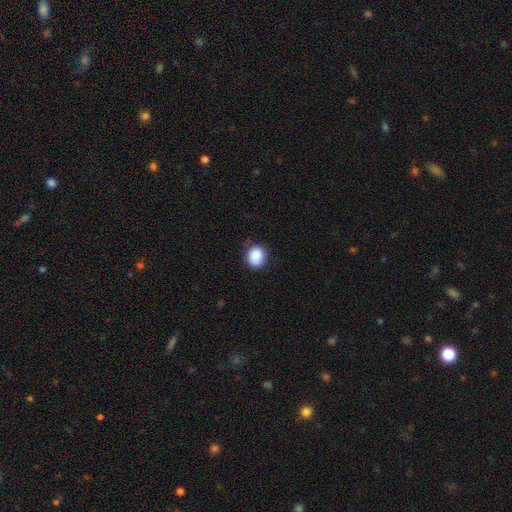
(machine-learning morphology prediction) This is clearly a smooth galaxy (88%). How rounded: likely round (73%). Merging: likely none (77%).